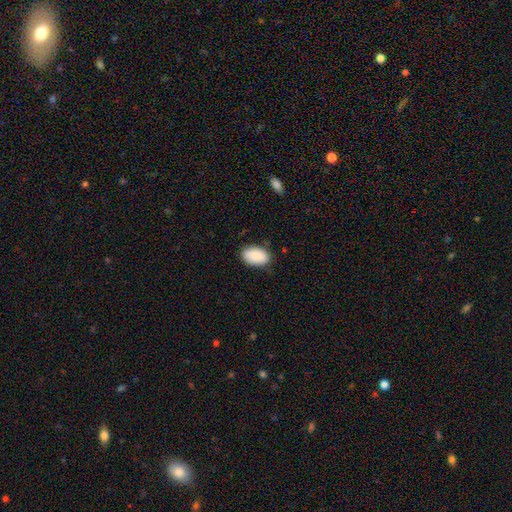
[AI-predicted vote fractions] This is clearly a smooth galaxy (89%). How rounded: clearly in between (93%). Merging: clearly none (81%).